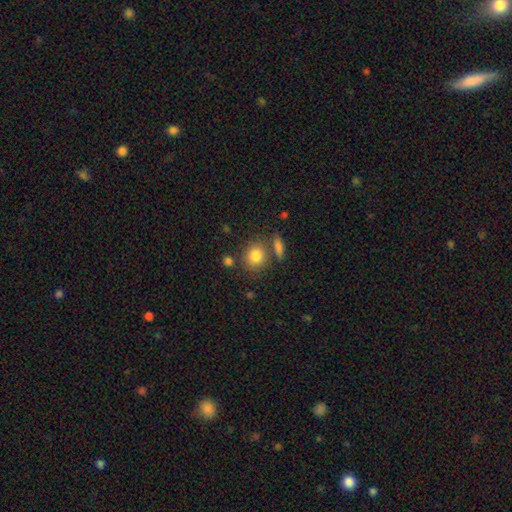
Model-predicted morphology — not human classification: smooth 84%, star or artifact 9%, featured or disk 7%. Down the decision tree: how rounded — round (73%); merging — none (70%).